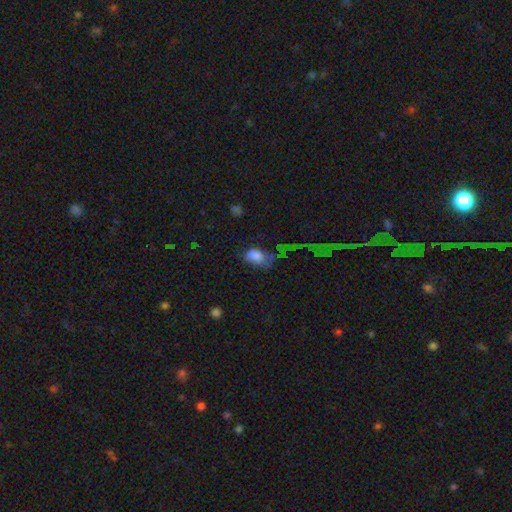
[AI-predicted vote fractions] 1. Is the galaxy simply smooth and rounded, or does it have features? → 78% smooth, 11% featured or disk, 11% star or artifact.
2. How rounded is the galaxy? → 87% in between, 11% round, 2% cigar-shaped.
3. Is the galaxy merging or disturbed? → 38% major disturbance, 27% none, 26% minor disturbance, 9% merger.